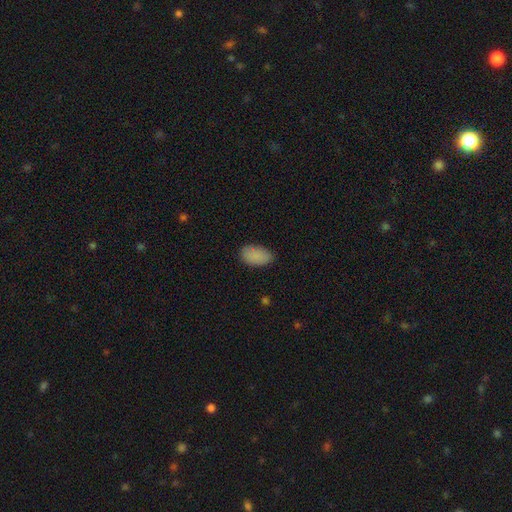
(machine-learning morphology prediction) Q: Smooth or featured?
A: smooth (87%); runner-up: star or artifact (8%)
Q: How rounded?
A: in between (93%); runner-up: round (6%)
Q: Merging?
A: none (77%); runner-up: minor disturbance (18%)